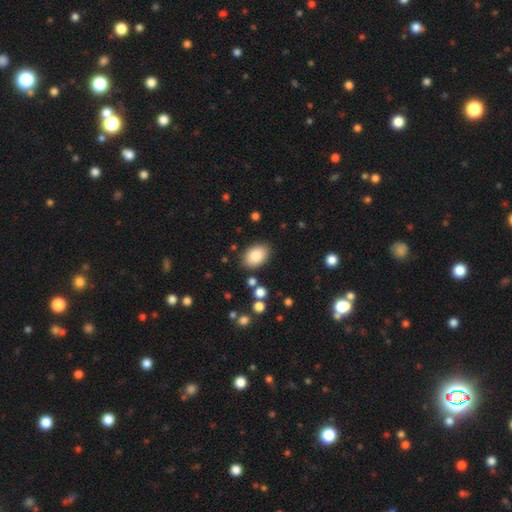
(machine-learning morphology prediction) type=smooth (85%); roundness=in between (82%); merging=none (85%).